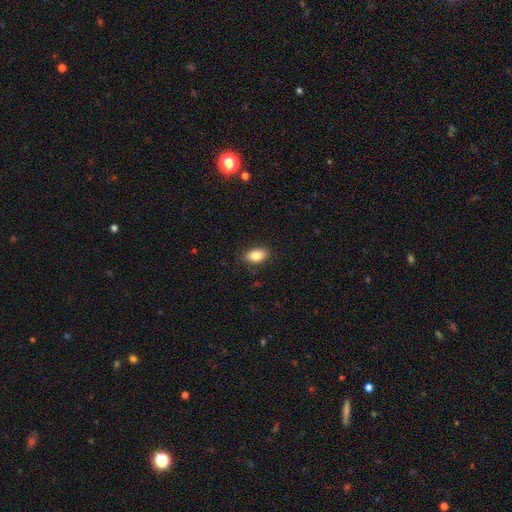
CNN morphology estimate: type=smooth (84%); roundness=in between (89%); merging=none (86%).